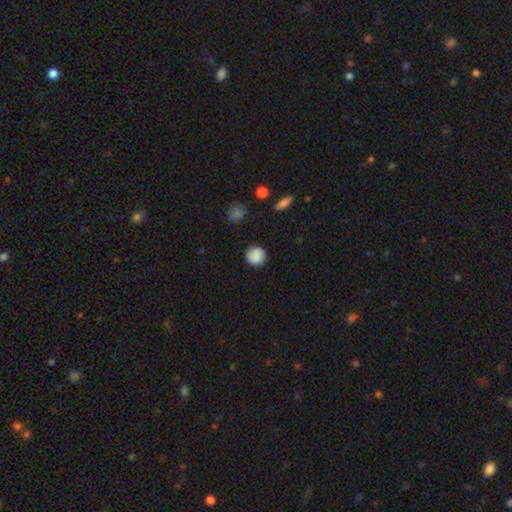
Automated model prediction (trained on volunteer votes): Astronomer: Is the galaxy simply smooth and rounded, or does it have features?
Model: smooth — 86%.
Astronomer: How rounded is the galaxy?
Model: round — 92%.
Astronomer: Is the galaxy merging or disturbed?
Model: none — 88%.